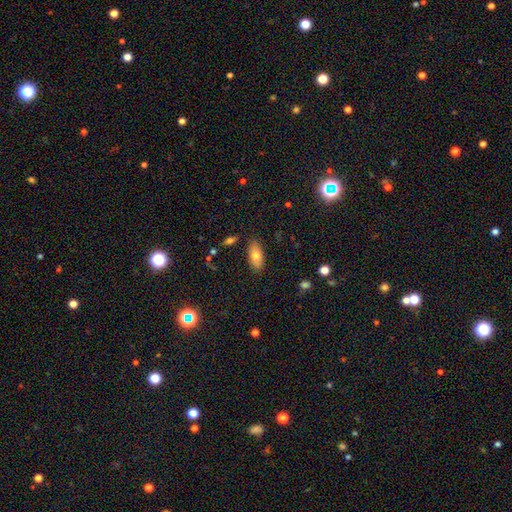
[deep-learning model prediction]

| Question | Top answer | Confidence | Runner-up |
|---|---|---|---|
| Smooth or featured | smooth | 73% | featured or disk (19%) |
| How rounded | in between | 89% | cigar-shaped (8%) |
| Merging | none | 84% | minor disturbance (11%) |